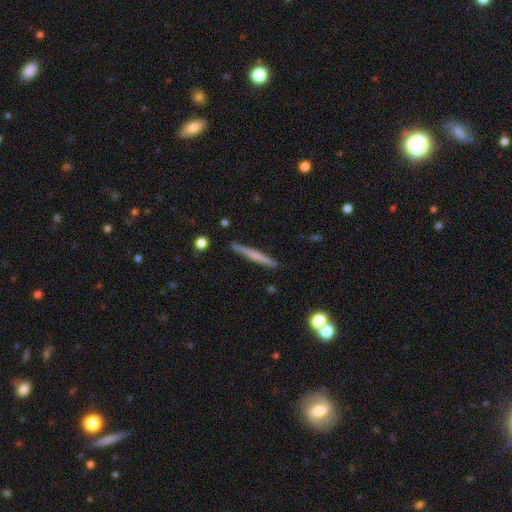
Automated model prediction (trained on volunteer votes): This is possibly a smooth galaxy (53%). How rounded: clearly cigar-shaped (96%). Merging: clearly none (89%).